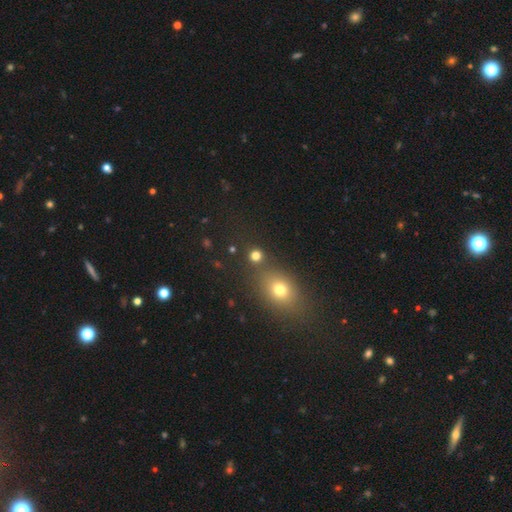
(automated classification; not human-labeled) Smooth or featured? smooth (77%)
How rounded? round (86%)
Merging? none (74%)